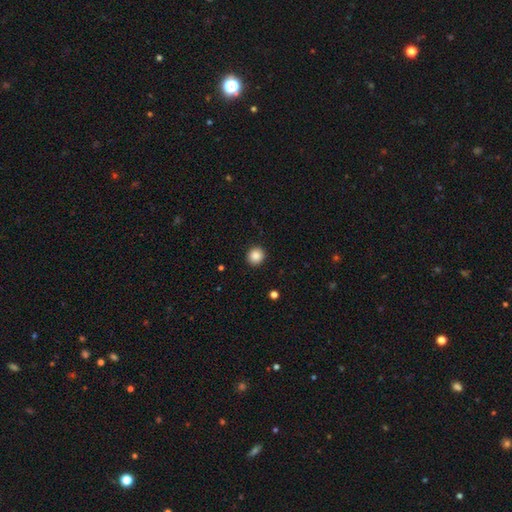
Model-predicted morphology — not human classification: Smooth or featured: smooth — 87% (star or artifact — 9%)
How rounded: round — 92% (in between — 7%)
Merging: none — 93% (minor disturbance — 5%)